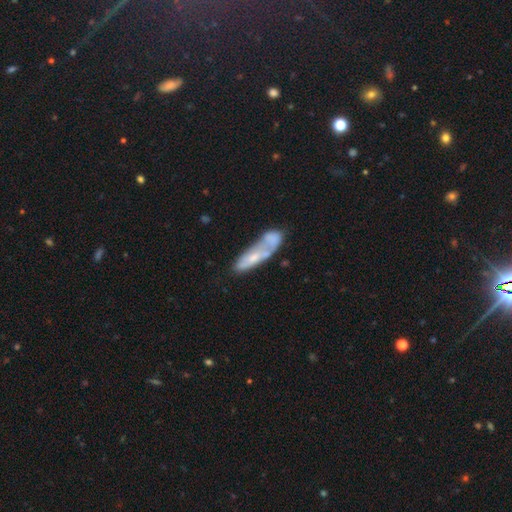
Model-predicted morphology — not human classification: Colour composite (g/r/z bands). It shows a smooth galaxy with no disk features (47%). Merging: merger (38%).